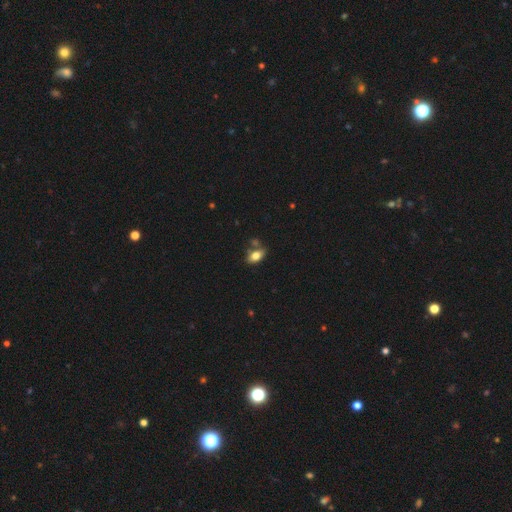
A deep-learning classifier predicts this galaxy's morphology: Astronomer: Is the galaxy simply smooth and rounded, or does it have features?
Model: smooth — 80%.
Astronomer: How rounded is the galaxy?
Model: in between — 89%.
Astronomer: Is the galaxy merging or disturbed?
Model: none — 62%.